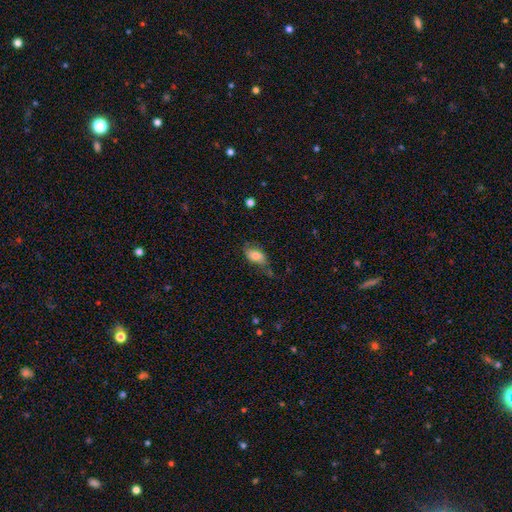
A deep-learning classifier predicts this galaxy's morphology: This appears to be a smooth galaxy with no disk features (75%) that is in between round and cigar-shaped (90%). Merging: none (51%).